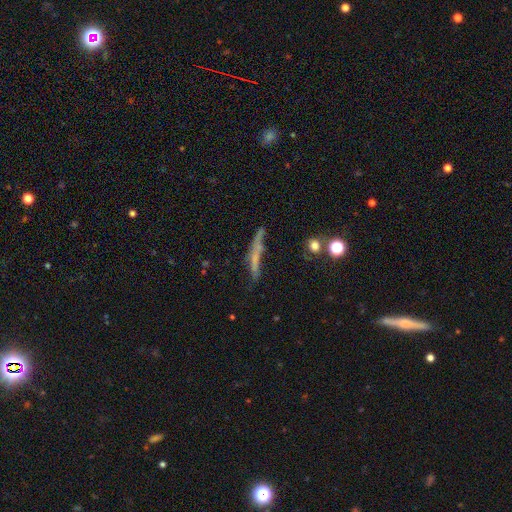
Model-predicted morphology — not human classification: Smooth or featured: smooth — 43% (tied with featured or disk — 43%)
Merging: none — 57% (minor disturbance — 23%)